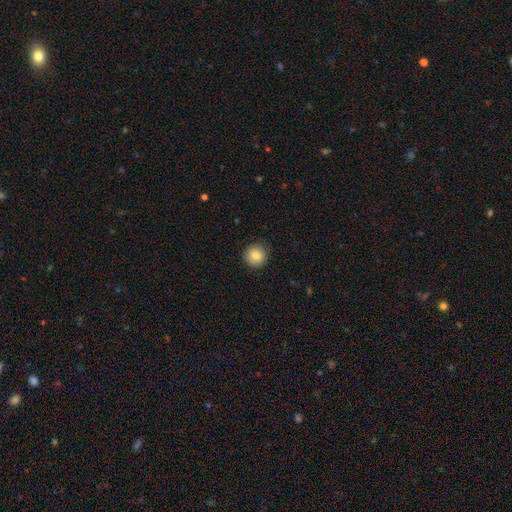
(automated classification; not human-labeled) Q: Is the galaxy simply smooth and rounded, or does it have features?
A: smooth — 84%.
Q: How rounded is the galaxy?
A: round — 94%.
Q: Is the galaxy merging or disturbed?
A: none — 89%.